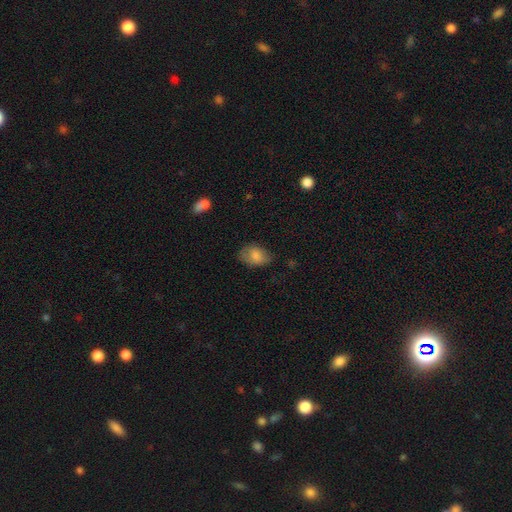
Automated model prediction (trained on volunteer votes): This appears to be a smooth galaxy with no disk features (81%) that is in between round and cigar-shaped (83%). Merging: none (67%).